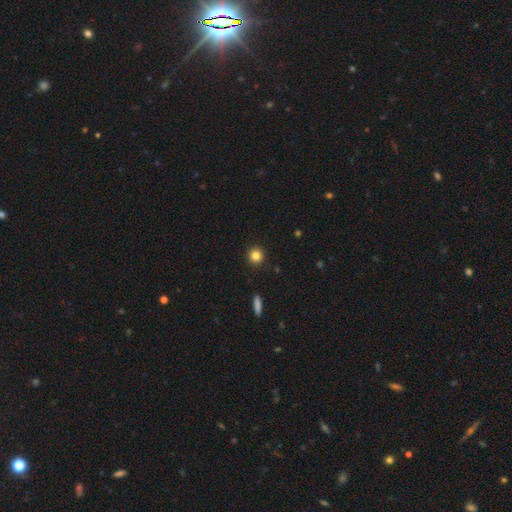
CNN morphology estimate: Smooth or featured?
  - smooth: 84% *
  - star or artifact: 11%
  - featured or disk: 5%
How rounded?
  - round: 93% *
  - in between: 6%
  - cigar-shaped: 1%
Merging?
  - none: 92% *
  - minor disturbance: 5%
  - major disturbance: 2%
  - merger: 1%